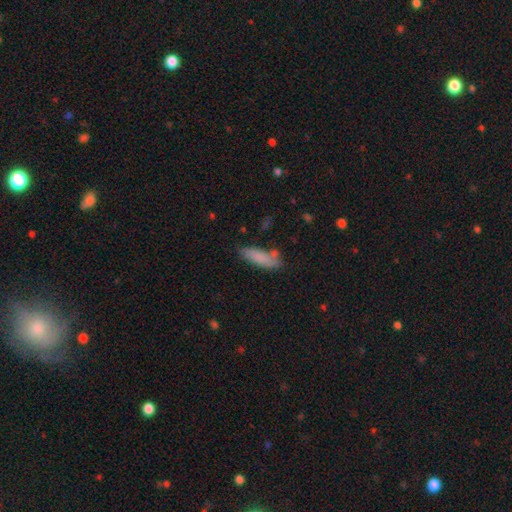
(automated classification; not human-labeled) This appears to be a smooth galaxy with no disk features (79%) that is cigar-shaped (56%). Merging: none (67%).